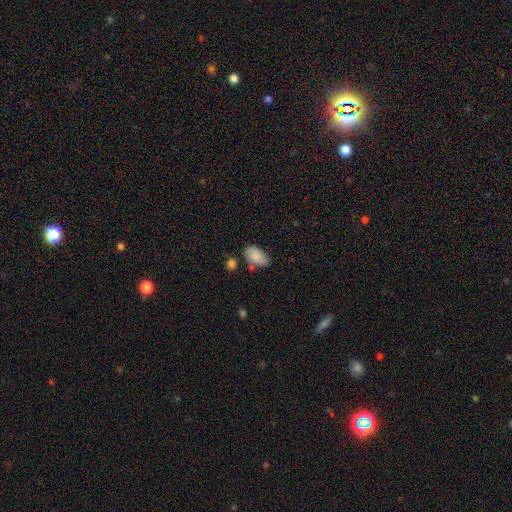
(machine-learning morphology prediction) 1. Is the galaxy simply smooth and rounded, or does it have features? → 82% smooth, 11% featured or disk, 7% star or artifact.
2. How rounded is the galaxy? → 92% in between, 6% round, 2% cigar-shaped.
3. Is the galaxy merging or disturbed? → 59% none, 25% minor disturbance, 9% merger, 6% major disturbance.